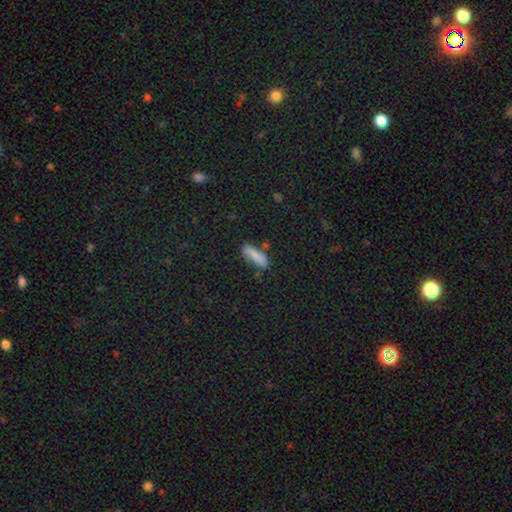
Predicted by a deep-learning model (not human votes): A smooth galaxy with no disk features (81%) that is in between round and cigar-shaped (60%). Merging: none (71%).